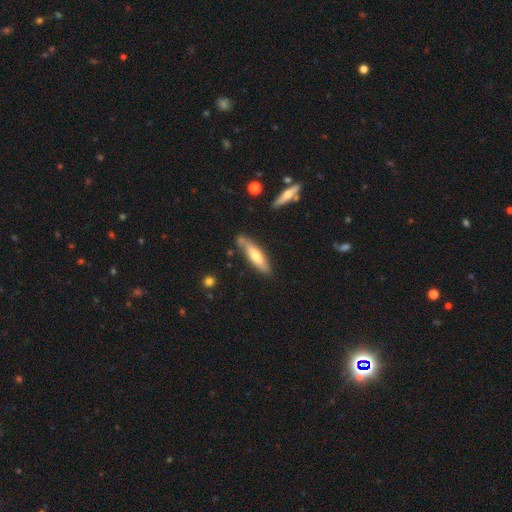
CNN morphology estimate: This appears to be a smooth galaxy with no disk features (59%) that is cigar-shaped (71%). Merging: none (70%).